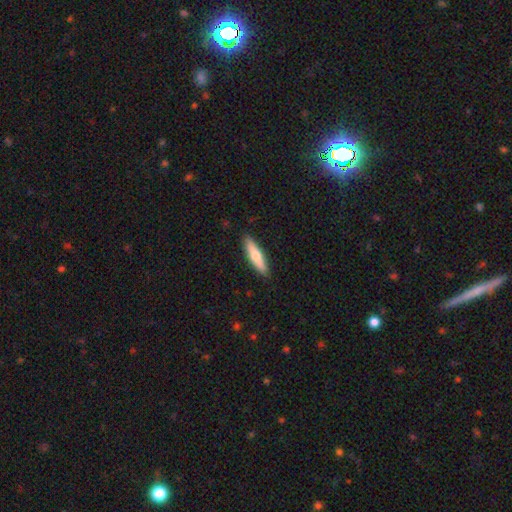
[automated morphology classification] Smooth or featured? Predicted: smooth (p=0.59). How rounded? Predicted: cigar-shaped (p=0.72). Merging? Predicted: none (p=0.89).